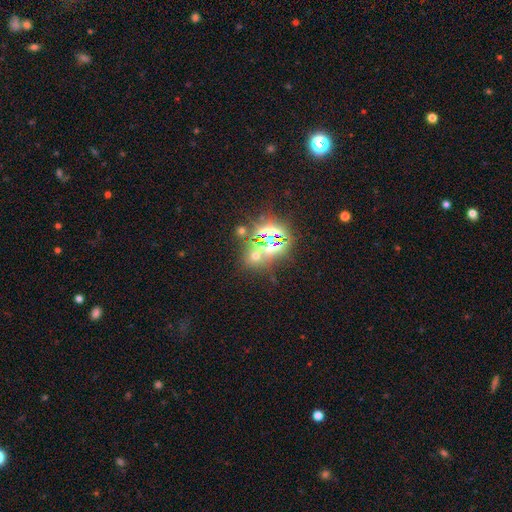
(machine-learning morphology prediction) Smooth or featured? star or artifact (75%)